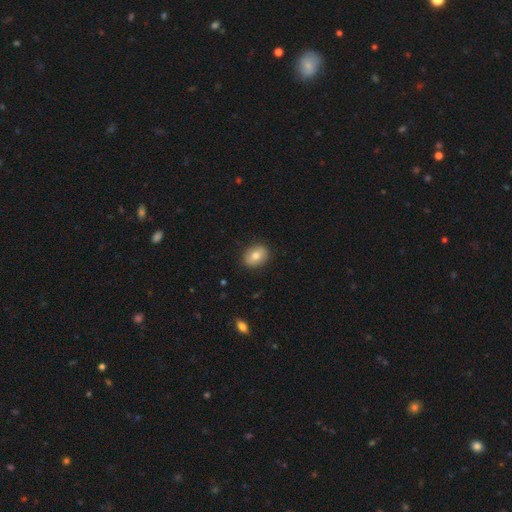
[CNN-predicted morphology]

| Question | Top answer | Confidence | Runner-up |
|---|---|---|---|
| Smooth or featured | smooth | 77% | featured or disk (15%) |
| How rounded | in between | 63% | round (35%) |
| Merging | none | 88% | minor disturbance (9%) |